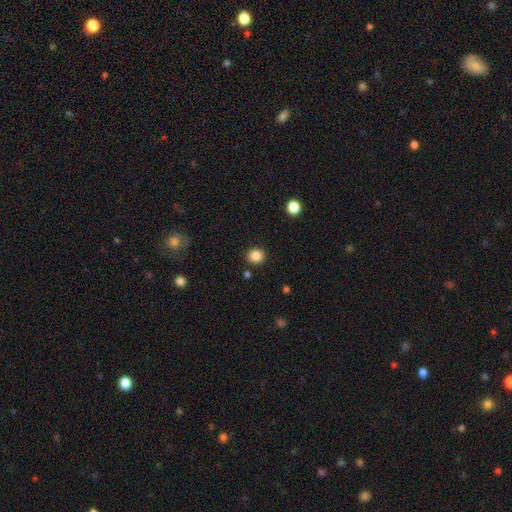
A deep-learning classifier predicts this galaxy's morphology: smooth 86%, star or artifact 11%, featured or disk 3%. Down the decision tree: how rounded — round (78%); merging — none (89%).